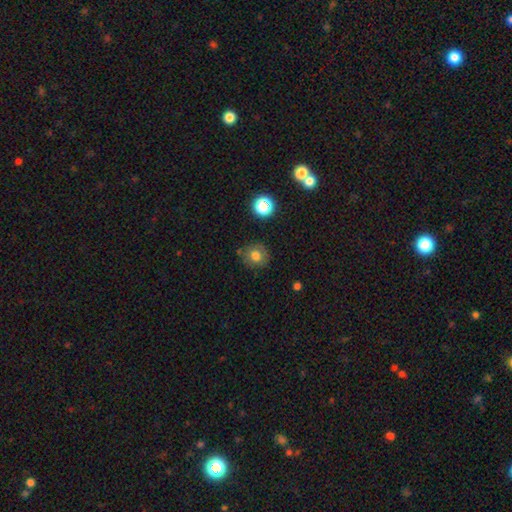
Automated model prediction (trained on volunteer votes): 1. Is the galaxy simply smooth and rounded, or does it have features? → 75% smooth, 13% star or artifact, 12% featured or disk.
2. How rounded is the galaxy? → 85% round, 14% in between, 1% cigar-shaped.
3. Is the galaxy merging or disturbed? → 80% none, 13% minor disturbance, 4% major disturbance, 3% merger.